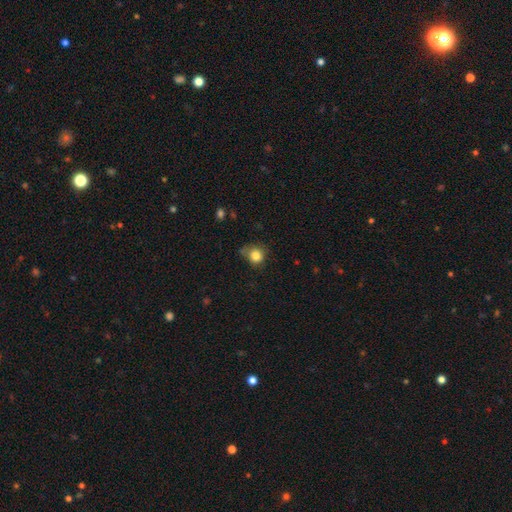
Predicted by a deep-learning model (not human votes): Smooth or featured?
  - smooth: 83% *
  - star or artifact: 11%
  - featured or disk: 6%
How rounded?
  - round: 82% *
  - in between: 18%
  - cigar-shaped: 1%
Merging?
  - none: 58% *
  - minor disturbance: 29%
  - major disturbance: 9%
  - merger: 4%